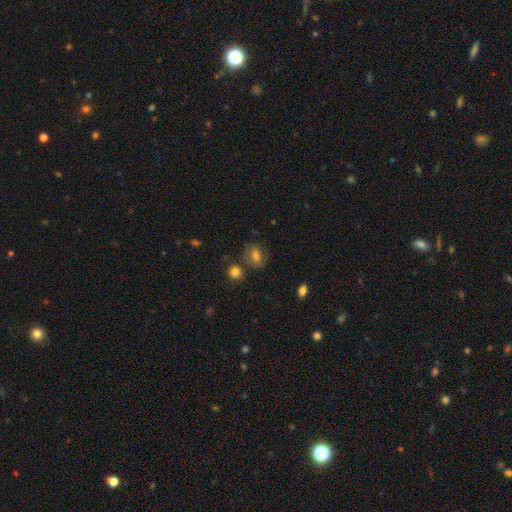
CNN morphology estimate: Smooth or featured? Predicted: smooth (p=0.64). How rounded? Predicted: in between (p=0.50). Merging? Predicted: none (p=0.71).